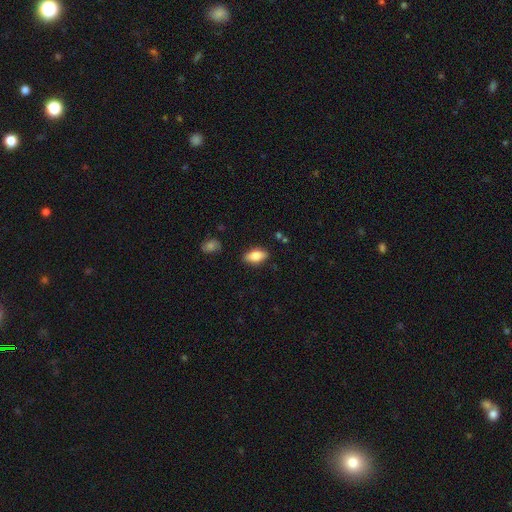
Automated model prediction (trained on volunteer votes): Morphology: type=smooth (77%); roundness=in between (87%); merging=none (84%).